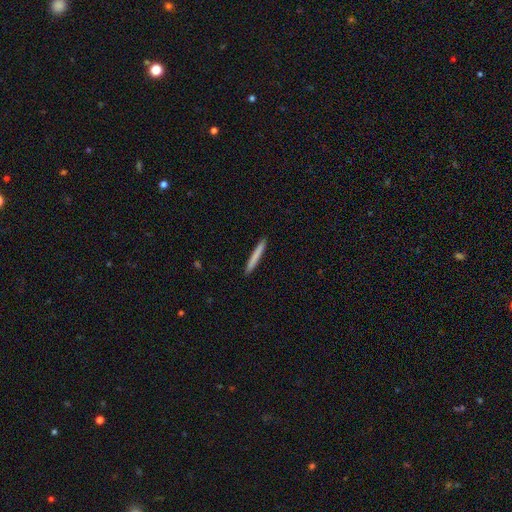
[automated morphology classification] This appears to be a smooth galaxy with no disk features (77%) that is cigar-shaped (97%). Merging: none (93%).